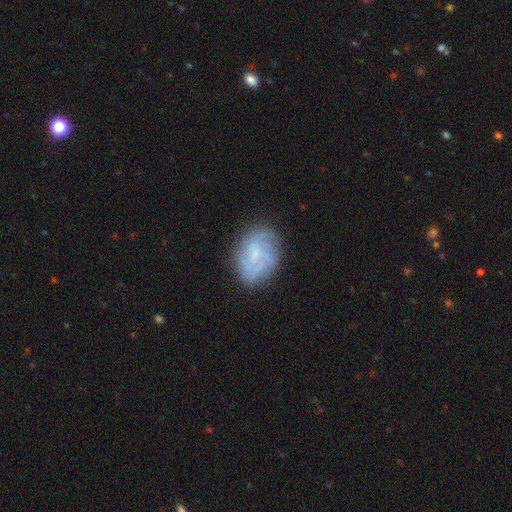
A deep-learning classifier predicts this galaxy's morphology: smooth_or_featured: featured or disk (p=0.65) [alt: smooth p=0.27]
disk_edge_on: no (p=0.97) [alt: yes p=0.03]
bar: no (p=0.52) [alt: weak p=0.42]
has_spiral_arms: yes (p=0.85) [alt: no p=0.15]
spiral_winding: tight (p=0.50) [alt: medium p=0.36]
spiral_arm_count: can't tell (p=0.43) [alt: 3 p=0.18]
bulge_size: small (p=0.51) [alt: none p=0.26]
merging: none (p=0.75) [alt: minor disturbance p=0.17]